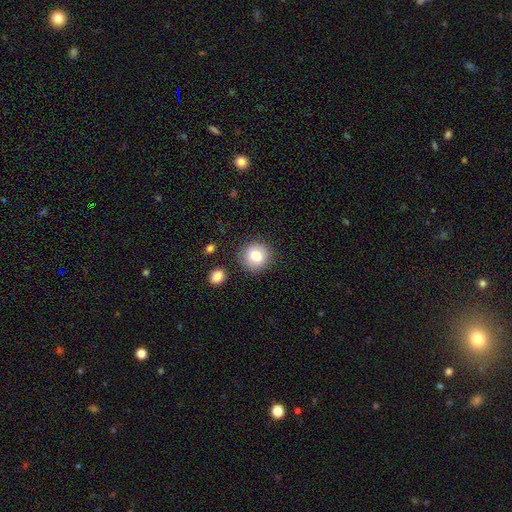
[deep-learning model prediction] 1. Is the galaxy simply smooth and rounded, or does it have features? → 83% smooth, 9% star or artifact, 8% featured or disk.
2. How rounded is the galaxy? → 89% round, 10% in between, 1% cigar-shaped.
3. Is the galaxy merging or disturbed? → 85% none, 9% minor disturbance, 3% merger, 3% major disturbance.